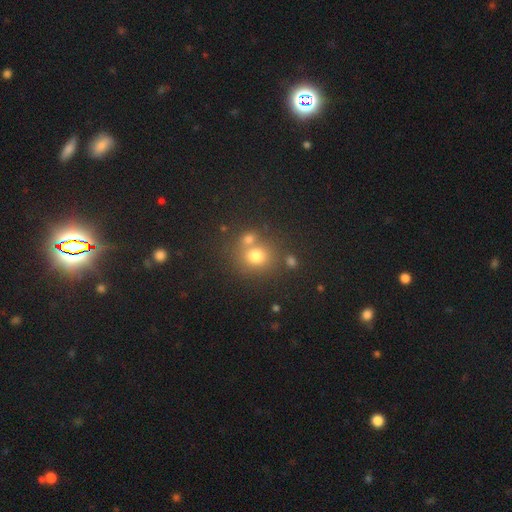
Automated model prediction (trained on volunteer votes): smooth 74%, star or artifact 16%, featured or disk 11%. Down the decision tree: how rounded — round (77%); merging — none (55%).